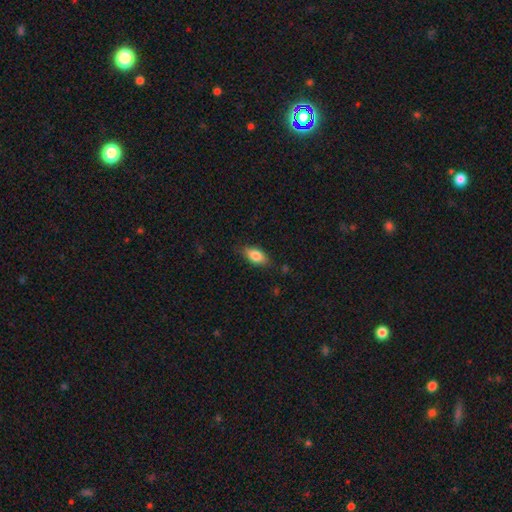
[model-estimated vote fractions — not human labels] Q: Smooth or featured?
A: smooth (79%); runner-up: featured or disk (14%)
Q: How rounded?
A: in between (87%); runner-up: cigar-shaped (9%)
Q: Merging?
A: none (80%); runner-up: minor disturbance (15%)